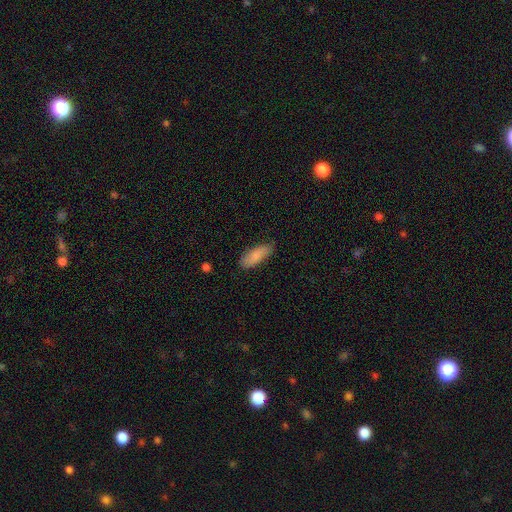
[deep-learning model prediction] Smooth or featured?
  - smooth: 83% *
  - featured or disk: 11%
  - star or artifact: 6%
How rounded?
  - in between: 66% *
  - cigar-shaped: 32%
  - round: 2%
Merging?
  - none: 80% *
  - minor disturbance: 16%
  - major disturbance: 3%
  - merger: 1%